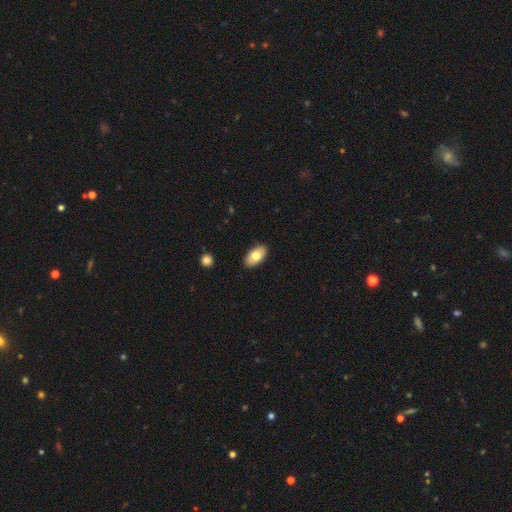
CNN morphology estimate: Smooth or featured: smooth — 76% (featured or disk — 18%)
How rounded: in between — 94% (round — 3%)
Merging: none — 89% (minor disturbance — 9%)